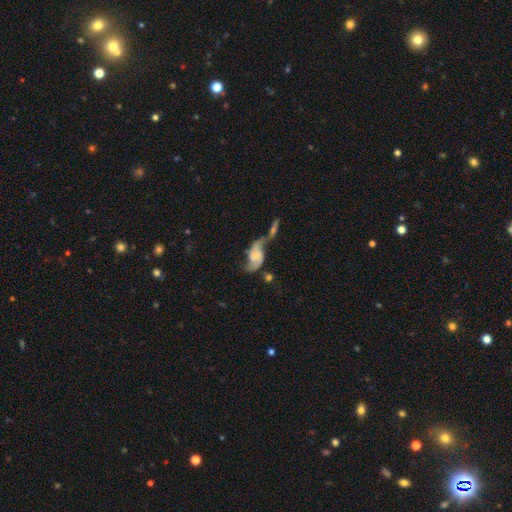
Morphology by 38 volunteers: Smooth or featured? featured or disk (82%)
Edge-on disk? no (94%)
Bar? no (48%)
Spiral arms? yes (90%)
Spiral winding? loose (69%)
Spiral arm count? 2 (96%)
Bulge size? small (59%)
Merging? merger (58%)